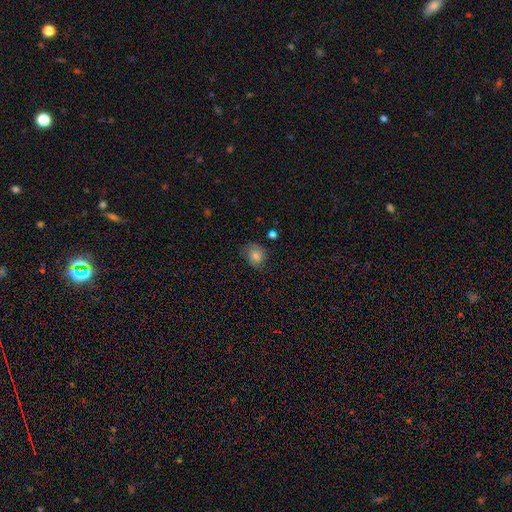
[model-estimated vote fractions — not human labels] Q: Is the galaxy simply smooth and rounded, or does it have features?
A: smooth — 77%.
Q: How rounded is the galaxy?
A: round — 55%.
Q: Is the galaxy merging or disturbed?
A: none — 70%.